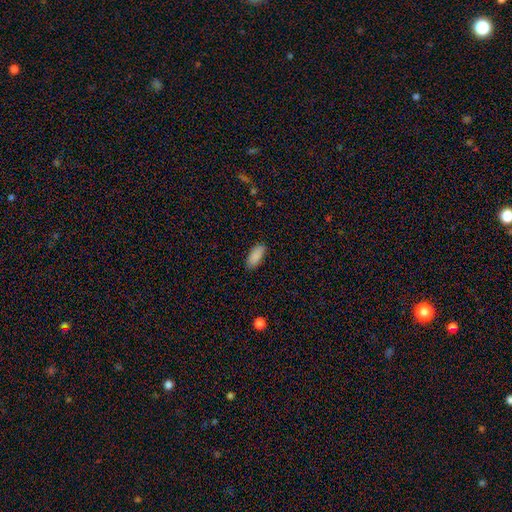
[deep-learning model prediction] smooth-or-featured: smooth: 89% | star or artifact: 7% | featured or disk: 4%
  how-rounded: in between: 84% | cigar-shaped: 14% | round: 2%
  merging: none: 87% | minor disturbance: 9% | major disturbance: 2% | merger: 1%